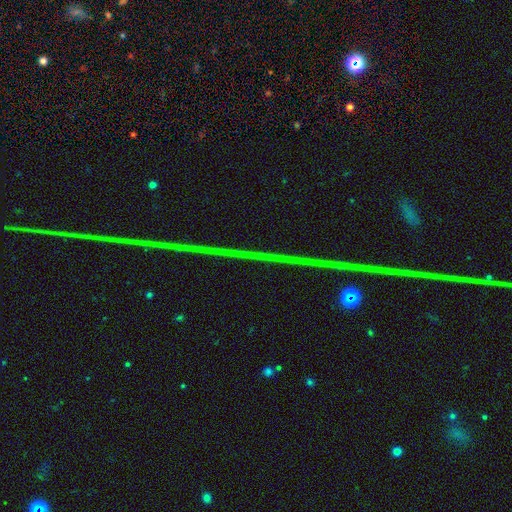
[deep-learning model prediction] Morphology: type=star or artifact (87%).